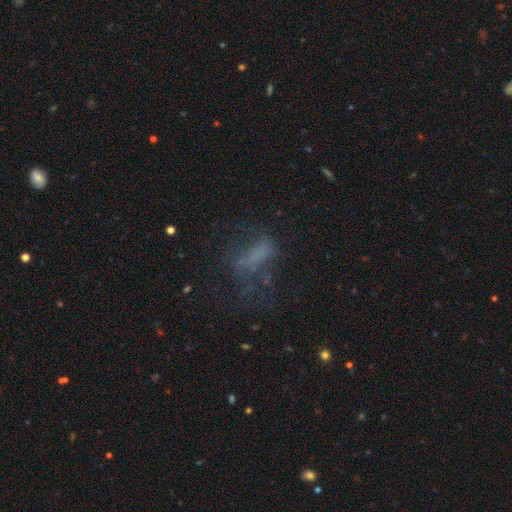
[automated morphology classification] The model was most divided on "merging": none: 39%, major disturbance: 38%, minor disturbance: 18%, merger: 5%. Remaining: smooth or featured — smooth (38%).